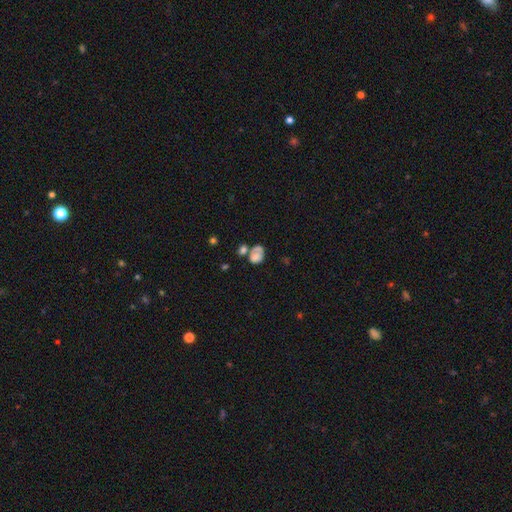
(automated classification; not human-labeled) A smooth galaxy with no disk features (65%) that is in between round and cigar-shaped (57%).

Vote fractions:
- Smooth or featured? smooth: 65% / featured or disk: 24% / star or artifact: 11%
- How rounded? in between: 57% / round: 41% / cigar-shaped: 1%
- Merging? merger: 43% / none: 28% / minor disturbance: 16% / major disturbance: 13%